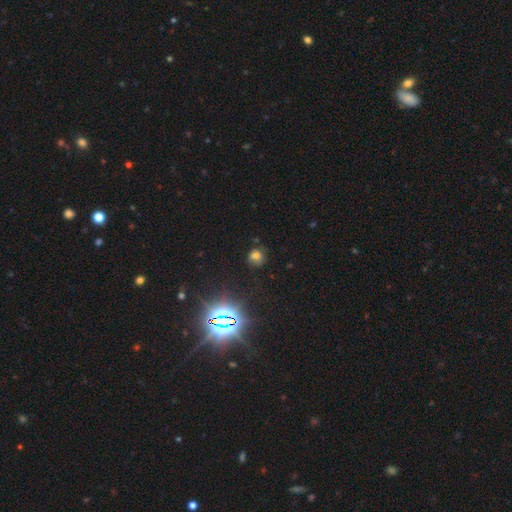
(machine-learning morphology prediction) The model was most divided on "smooth or featured": smooth: 62%, star or artifact: 28%, featured or disk: 10%. More confident: how rounded — round (76%); merging — none (69%).